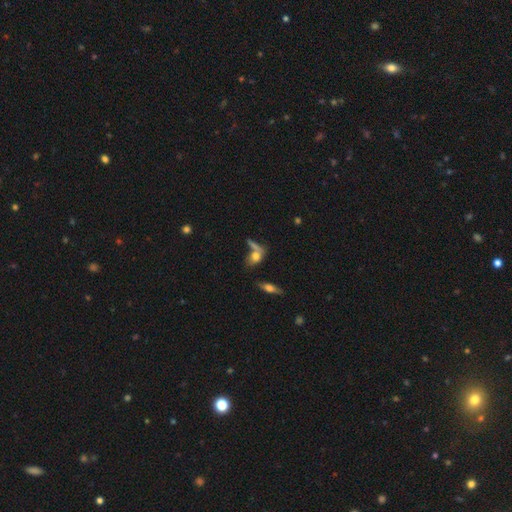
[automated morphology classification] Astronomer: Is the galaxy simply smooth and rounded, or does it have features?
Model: smooth — 63%.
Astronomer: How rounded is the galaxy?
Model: in between — 57%.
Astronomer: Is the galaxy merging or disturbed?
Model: none — 48% (runner-up: merger, 31%).